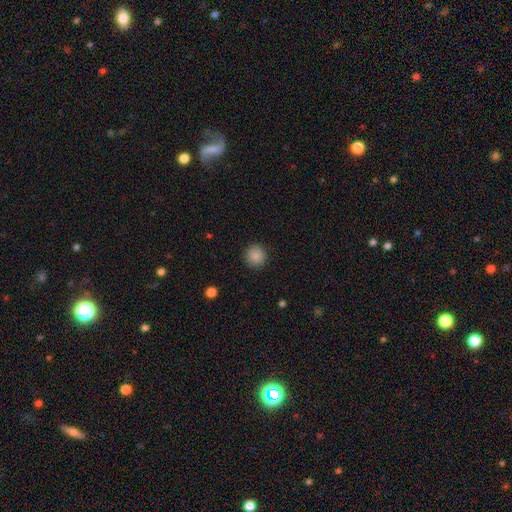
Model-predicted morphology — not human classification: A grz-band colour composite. It shows a smooth galaxy with no disk features (87%) that is round (94%). Merging: none (91%).